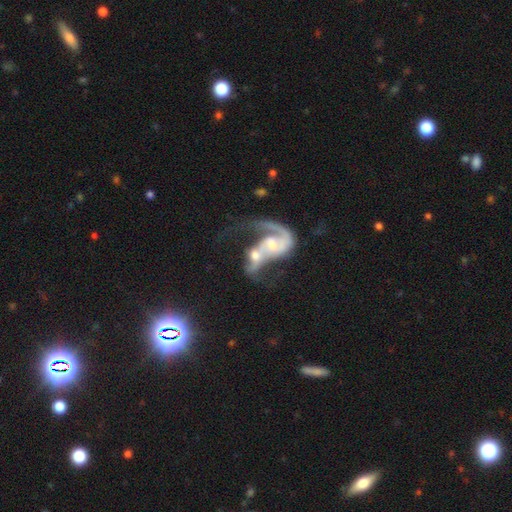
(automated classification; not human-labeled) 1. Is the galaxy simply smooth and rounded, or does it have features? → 75% featured or disk, 19% smooth, 7% star or artifact.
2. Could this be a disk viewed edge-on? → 96% no, 4% yes.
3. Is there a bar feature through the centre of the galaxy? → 57% no, 32% weak, 11% strong.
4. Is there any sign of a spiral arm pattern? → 80% yes, 20% no.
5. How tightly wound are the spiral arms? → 54% loose, 30% medium, 16% tight.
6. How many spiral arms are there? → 50% 1, 35% 2, 11% can't tell, 2% 3, 1% 4, 1% more than 4.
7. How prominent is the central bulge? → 47% moderate, 24% small, 13% large, 13% none, 2% dominant.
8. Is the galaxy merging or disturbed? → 73% merger, 14% major disturbance, 9% none, 5% minor disturbance.